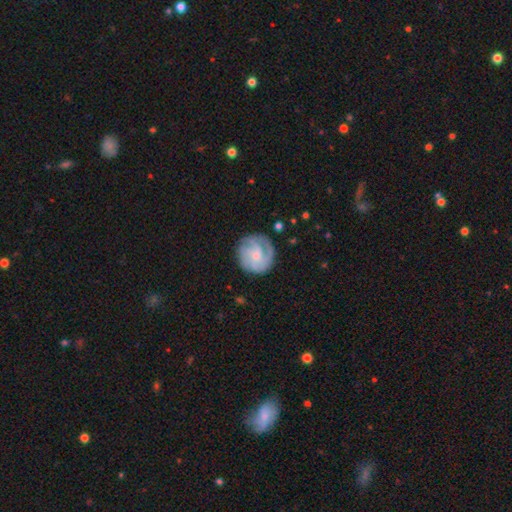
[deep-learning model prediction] Smooth or featured: featured or disk — 72% (smooth — 22%)
Edge-on disk: no — 98% (yes — 2%)
Bar: no — 66% (weak — 30%)
Spiral arms: yes — 93% (no — 7%)
Spiral winding: tight — 54% (medium — 35%)
Spiral arm count: 3 — 33% (can't tell — 27%)
Bulge size: small — 53% (moderate — 33%)
Merging: none — 78% (minor disturbance — 15%)